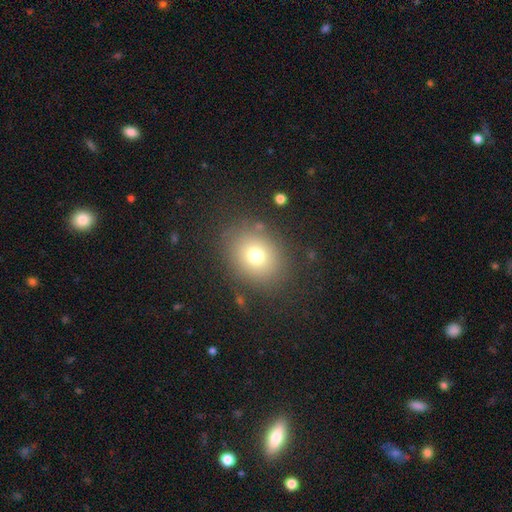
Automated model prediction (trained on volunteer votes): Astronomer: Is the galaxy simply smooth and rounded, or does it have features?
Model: smooth — 73%.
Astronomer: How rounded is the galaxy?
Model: round — 59% (runner-up: in between, 40%).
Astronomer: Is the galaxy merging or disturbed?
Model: none — 82%.